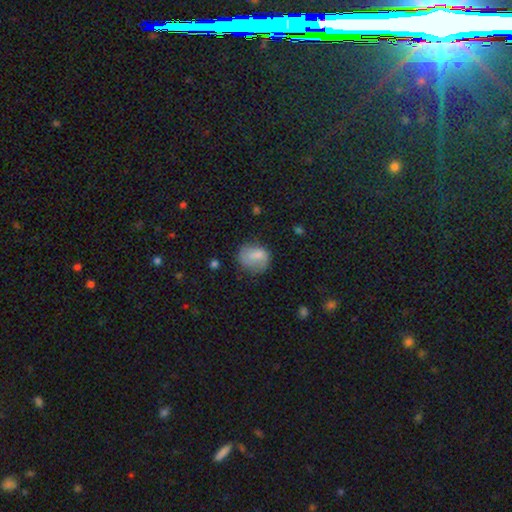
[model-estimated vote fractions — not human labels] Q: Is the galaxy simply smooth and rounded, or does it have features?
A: smooth — 75%.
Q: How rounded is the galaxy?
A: round — 59%.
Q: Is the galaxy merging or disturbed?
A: none — 55%.